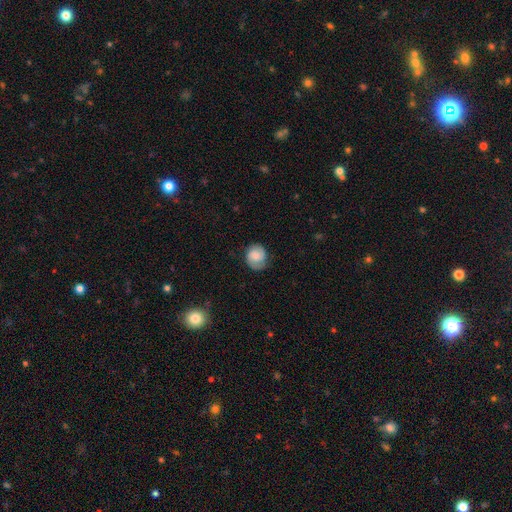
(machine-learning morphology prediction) Smooth or featured? featured or disk (55%)
Edge-on disk? no (98%)
Bar? no (62%)
Spiral arms? yes (92%)
Bulge size? moderate (34%, tied with small)
Merging? none (75%)